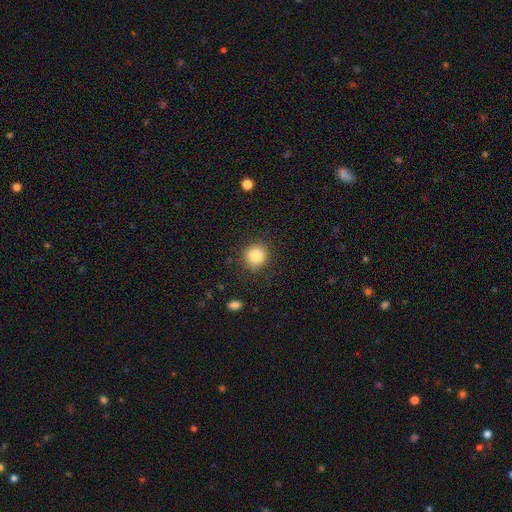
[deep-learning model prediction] This is clearly a smooth galaxy (82%). How rounded: clearly round (91%). Merging: clearly none (86%).